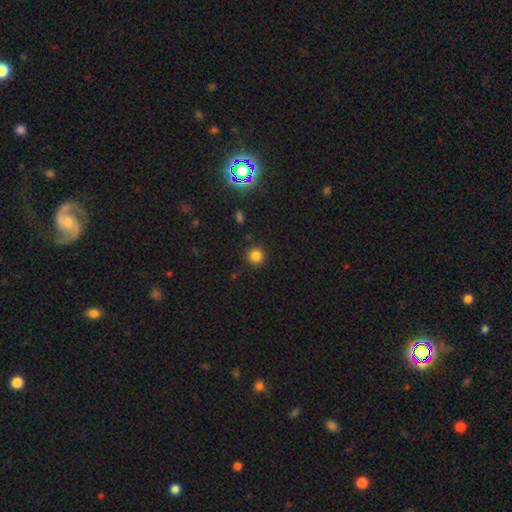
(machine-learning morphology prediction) A smooth galaxy with no disk features (82%) that is round (94%).

Vote fractions:
- Smooth or featured? smooth: 82% / star or artifact: 14% / featured or disk: 4%
- How rounded? round: 94% / in between: 5% / cigar-shaped: 1%
- Merging? none: 90% / minor disturbance: 6% / major disturbance: 2% / merger: 1%